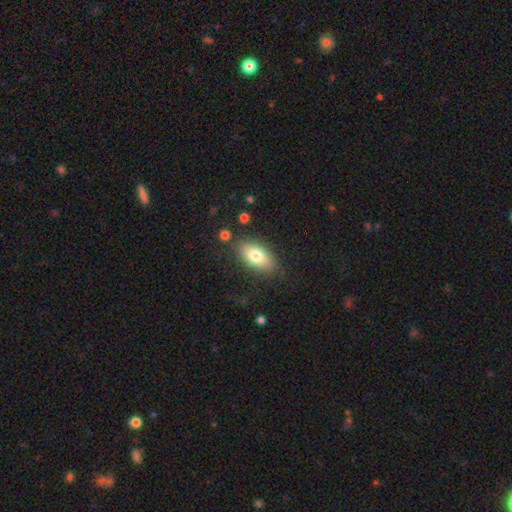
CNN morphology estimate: Smooth or featured? Predicted: smooth (p=0.76). How rounded? Predicted: in between (p=0.90). Merging? Predicted: none (p=0.79).